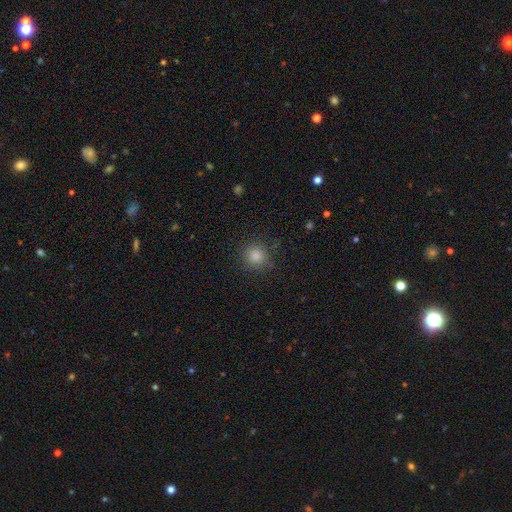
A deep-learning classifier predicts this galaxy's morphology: Smooth or featured? smooth (80%)
How rounded? round (93%)
Merging? none (88%)